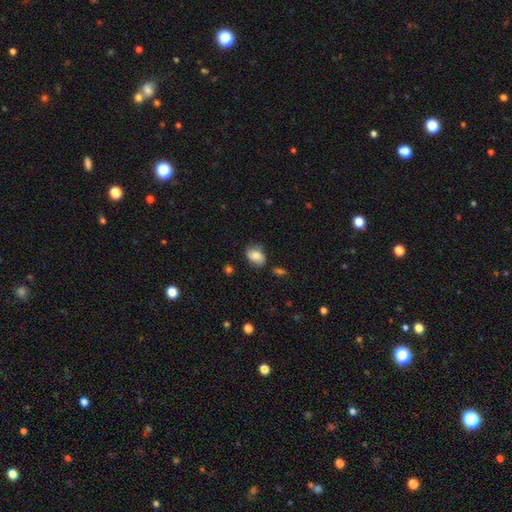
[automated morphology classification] smooth 75%, featured or disk 17%, star or artifact 8%. Down the decision tree: how rounded — in between (73%); merging — none (66%).